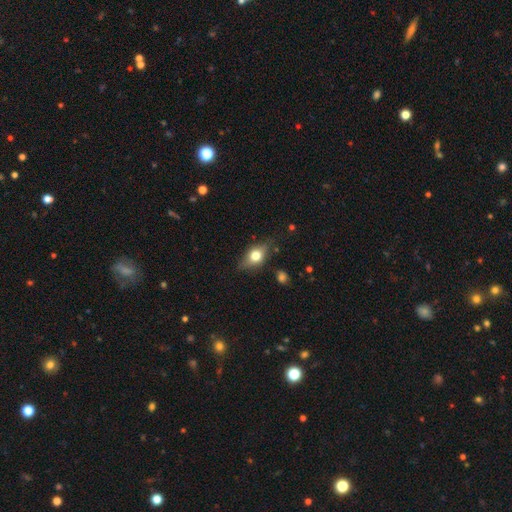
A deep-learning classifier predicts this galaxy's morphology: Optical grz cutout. It shows a smooth galaxy with no disk features (64%) that is in between round and cigar-shaped (71%). Merging: none (71%).